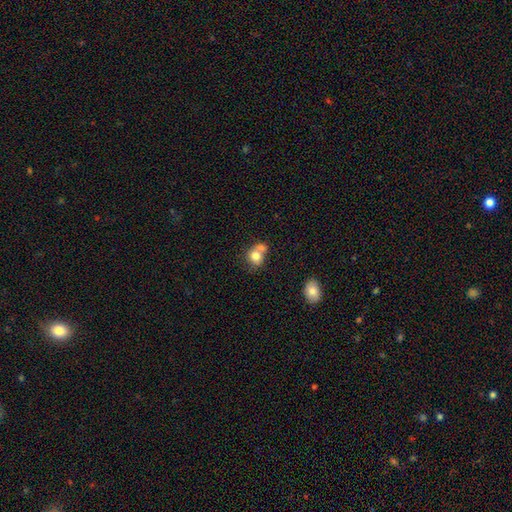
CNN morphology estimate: Q: Smooth or featured?
A: smooth (77%); runner-up: featured or disk (14%)
Q: How rounded?
A: round (69%); runner-up: in between (30%)
Q: Merging?
A: merger (51%); runner-up: none (34%)